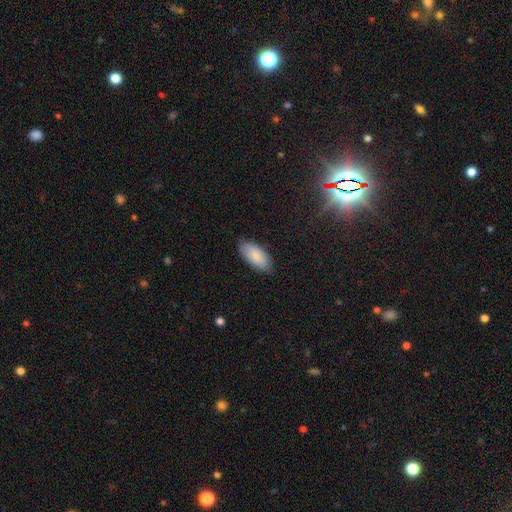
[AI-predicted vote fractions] Smooth or featured? smooth (86%)
How rounded? in between (90%)
Merging? none (82%)